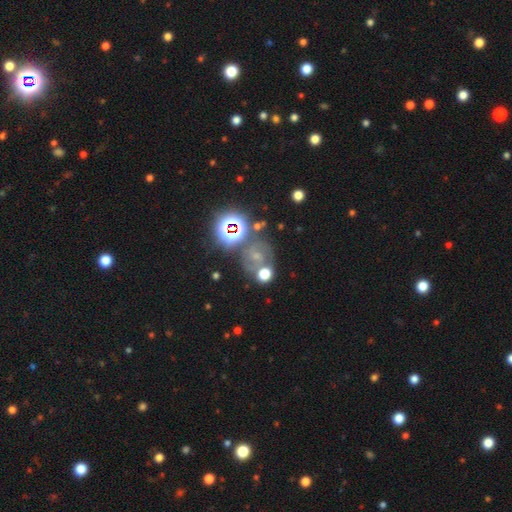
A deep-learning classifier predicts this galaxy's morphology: smooth_or_featured: star or artifact (p=0.47) [alt: smooth p=0.29]